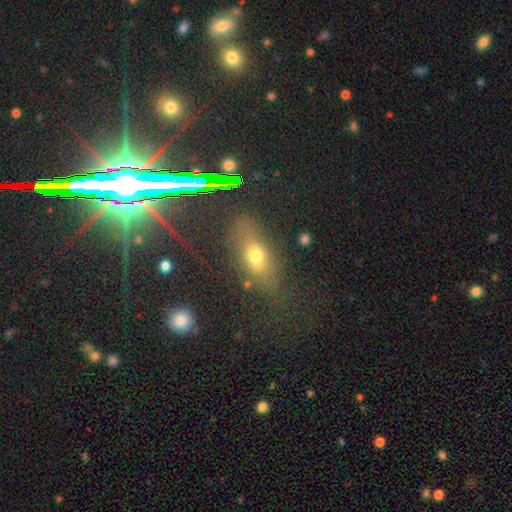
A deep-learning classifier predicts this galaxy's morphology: A smooth galaxy with no disk features (61%) that is in between round and cigar-shaped (65%).

Vote fractions:
- Smooth or featured? smooth: 61% / featured or disk: 20% / star or artifact: 19%
- How rounded? in between: 65% / round: 20% / cigar-shaped: 16%
- Merging? none: 63% / minor disturbance: 16% / major disturbance: 15% / merger: 6%